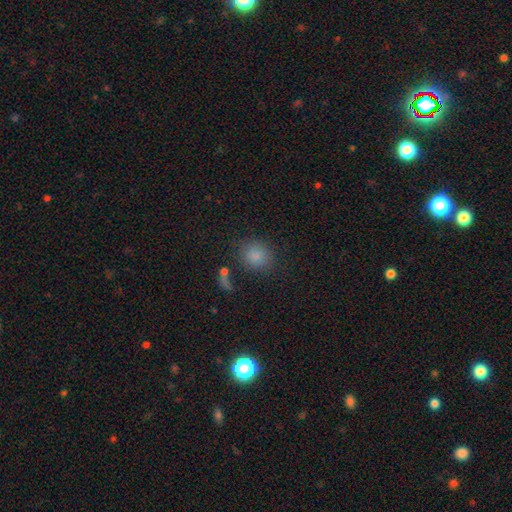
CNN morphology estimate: A smooth galaxy with no disk features (82%) that is round (75%). Merging: none (76%).